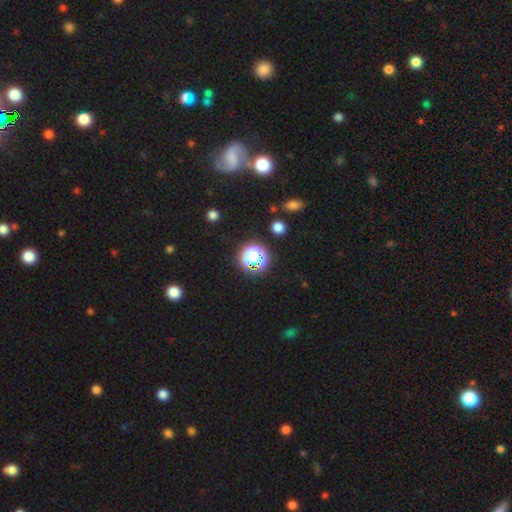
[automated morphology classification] Smooth or featured?
  - star or artifact: 58% *
  - smooth: 32%
  - featured or disk: 10%